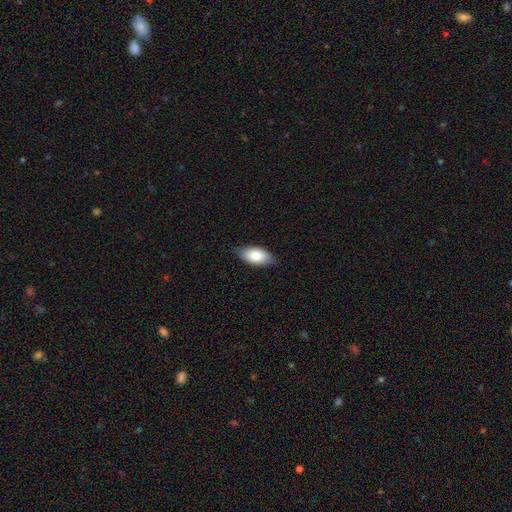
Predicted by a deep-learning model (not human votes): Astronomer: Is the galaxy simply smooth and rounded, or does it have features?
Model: smooth — 78%.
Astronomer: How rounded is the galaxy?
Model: in between — 92%.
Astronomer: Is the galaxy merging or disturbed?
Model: none — 83%.